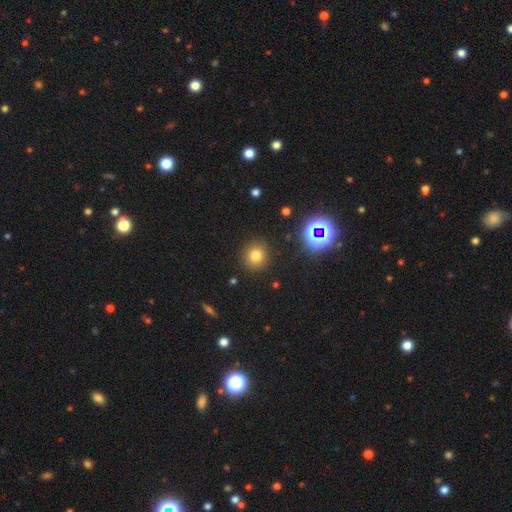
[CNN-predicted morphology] This is likely a smooth galaxy (74%). How rounded: clearly round (89%). Merging: clearly none (89%).